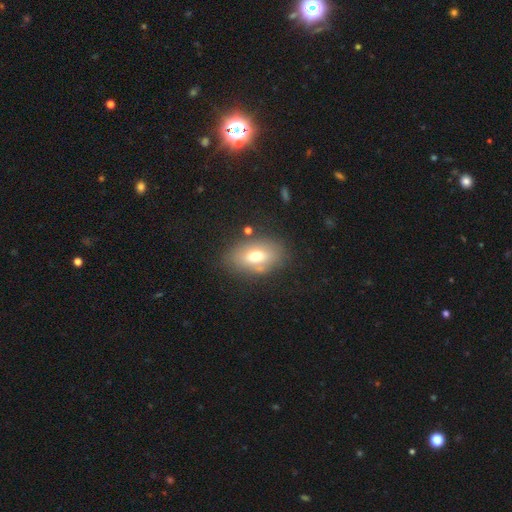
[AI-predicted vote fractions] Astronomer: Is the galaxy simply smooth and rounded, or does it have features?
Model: smooth — 63%.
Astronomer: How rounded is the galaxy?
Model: in between — 87%.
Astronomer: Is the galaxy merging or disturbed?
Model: none — 74%.